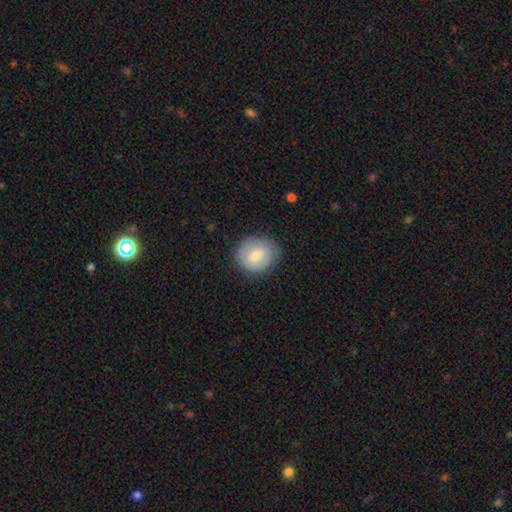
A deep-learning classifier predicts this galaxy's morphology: Smooth or featured: smooth — 75% (featured or disk — 18%)
How rounded: round — 68% (in between — 31%)
Merging: none — 79% (minor disturbance — 15%)